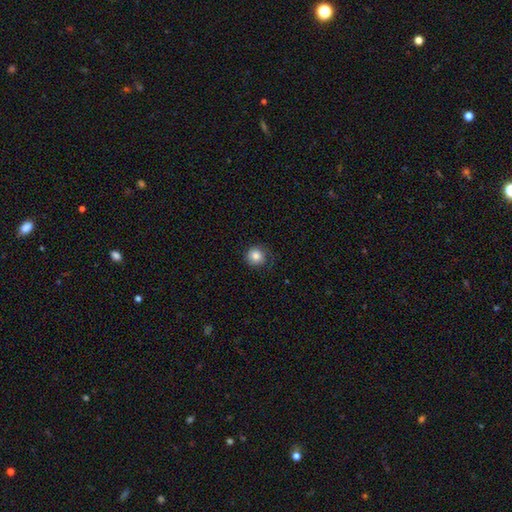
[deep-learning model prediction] This appears to be a smooth galaxy with no disk features (83%) that is round (93%). Merging: none (78%).